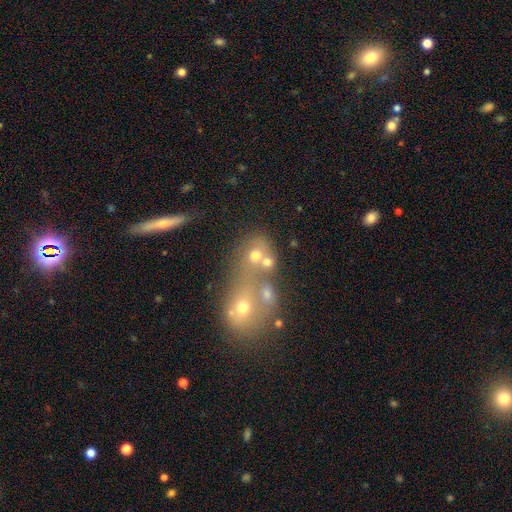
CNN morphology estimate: Overall: smooth (60%; featured or disk 23%). How rounded: round (66%; in between 32%). Merging: merger (57%; none 29%).